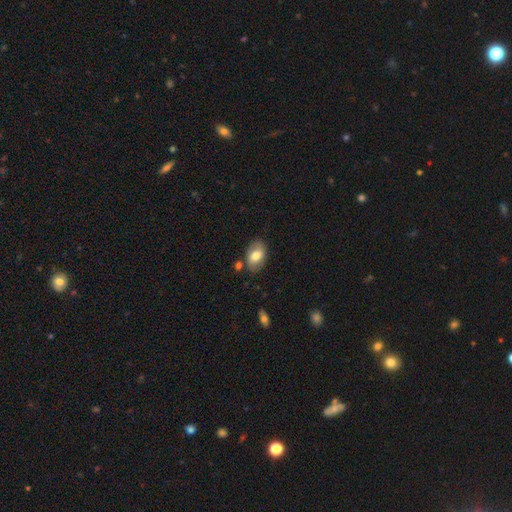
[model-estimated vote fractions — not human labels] Smooth or featured? Predicted: smooth (p=0.70). How rounded? Predicted: in between (p=0.89). Merging? Predicted: none (p=0.76).